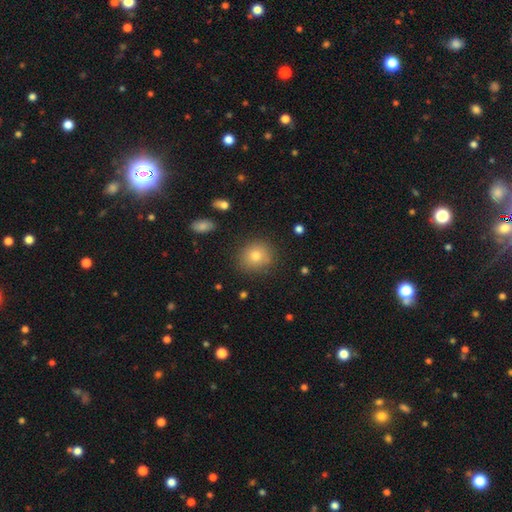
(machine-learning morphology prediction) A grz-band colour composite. It shows a smooth galaxy with no disk features (75%) that is round (83%). Merging: none (86%).